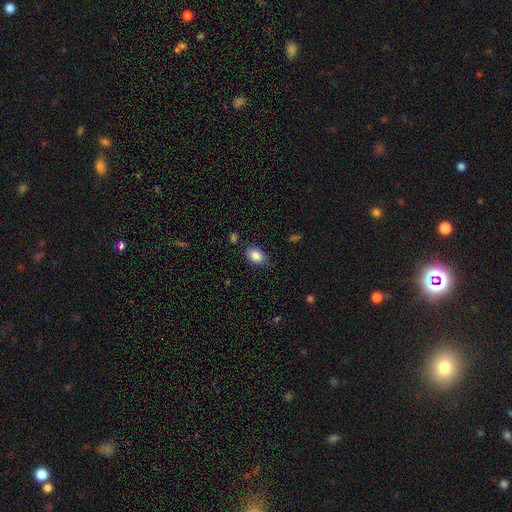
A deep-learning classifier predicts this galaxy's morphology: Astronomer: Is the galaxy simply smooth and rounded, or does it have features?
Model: smooth — 86%.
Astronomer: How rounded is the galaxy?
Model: in between — 79%.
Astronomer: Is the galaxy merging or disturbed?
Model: none — 82%.